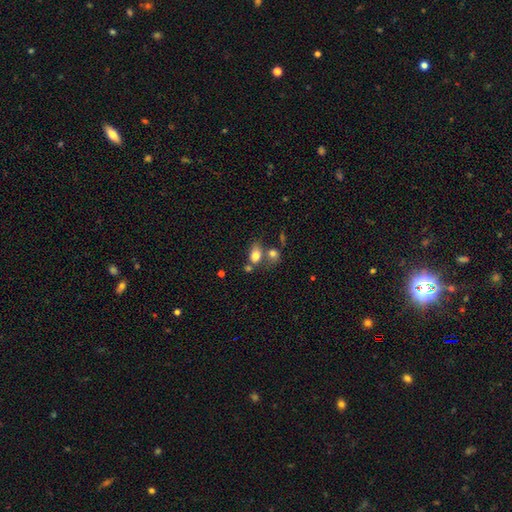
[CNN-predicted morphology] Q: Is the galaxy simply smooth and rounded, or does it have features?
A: smooth — 78%.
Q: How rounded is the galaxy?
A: in between — 77%.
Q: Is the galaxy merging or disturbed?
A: none — 43%.